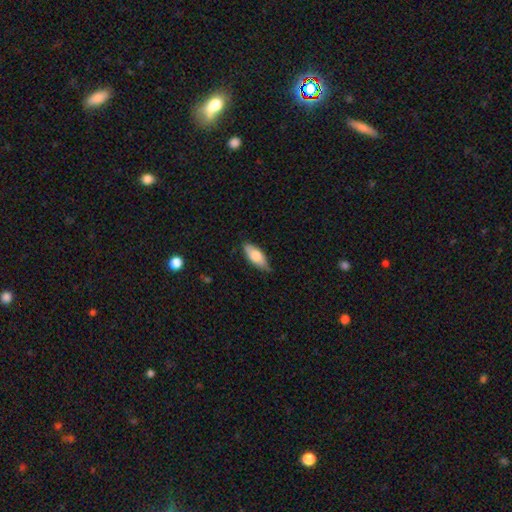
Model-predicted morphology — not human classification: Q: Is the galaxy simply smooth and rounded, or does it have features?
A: smooth — 70%.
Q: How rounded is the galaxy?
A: in between — 79%.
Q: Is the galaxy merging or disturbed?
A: none — 77%.